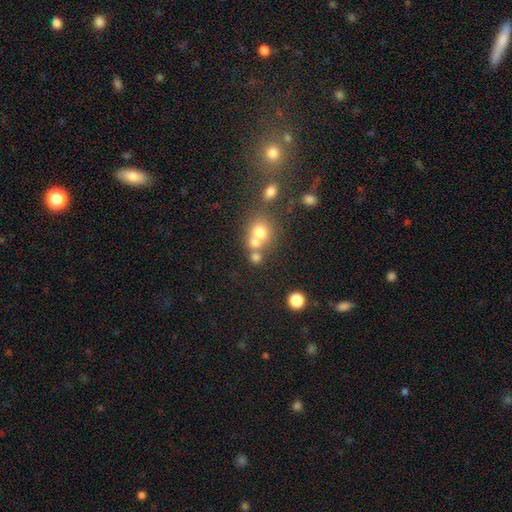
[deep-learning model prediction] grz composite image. It shows a smooth galaxy with no disk features (51%) that is round (79%). Merging: none (51%).